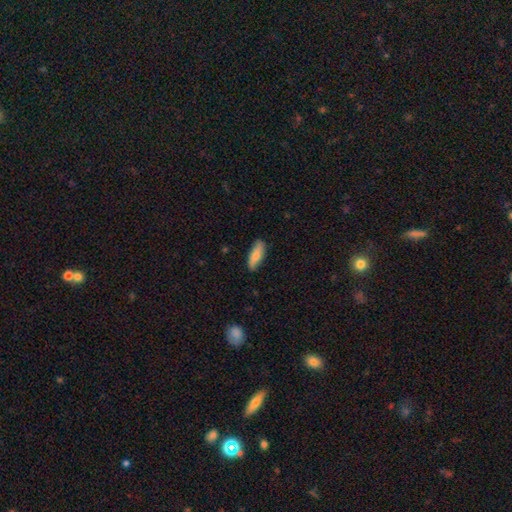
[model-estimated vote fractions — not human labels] A smooth galaxy with no disk features (75%) that is in between round and cigar-shaped (63%).

Vote fractions:
- Smooth or featured? smooth: 75% / featured or disk: 20% / star or artifact: 6%
- How rounded? in between: 63% / cigar-shaped: 35% / round: 2%
- Merging? none: 82% / minor disturbance: 14% / major disturbance: 2% / merger: 1%